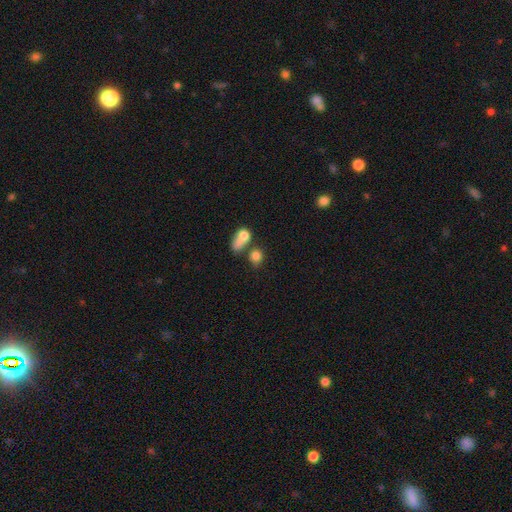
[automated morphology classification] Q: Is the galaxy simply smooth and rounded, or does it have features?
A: smooth — 79%.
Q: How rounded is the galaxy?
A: round — 66%.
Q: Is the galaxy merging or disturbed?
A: none — 44%.